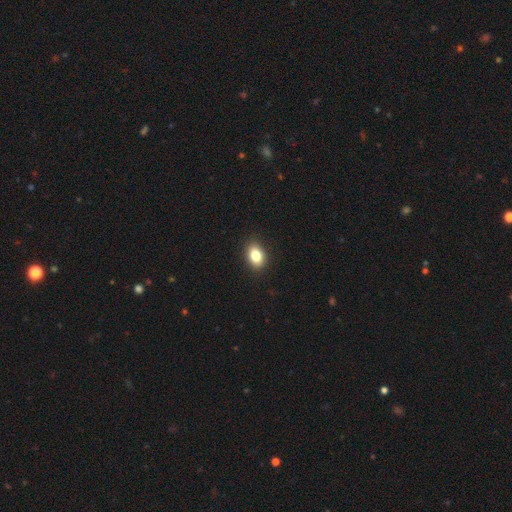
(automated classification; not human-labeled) Q: Smooth or featured?
A: smooth (83%); runner-up: star or artifact (9%)
Q: How rounded?
A: in between (78%); runner-up: round (20%)
Q: Merging?
A: none (90%); runner-up: minor disturbance (7%)